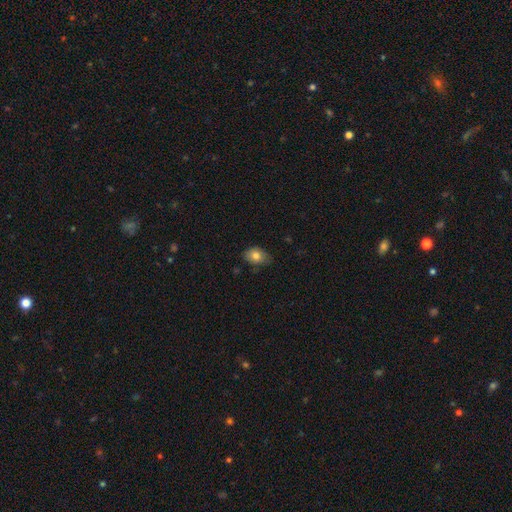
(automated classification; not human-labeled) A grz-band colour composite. It shows a smooth galaxy with no disk features (80%) that is in between round and cigar-shaped (73%). Merging: none (68%).